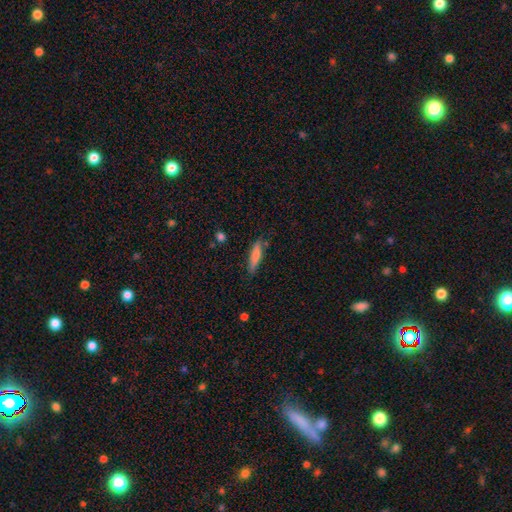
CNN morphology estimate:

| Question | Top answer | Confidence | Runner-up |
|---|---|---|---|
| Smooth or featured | smooth | 69% | featured or disk (25%) |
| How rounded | cigar-shaped | 82% | in between (17%) |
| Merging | none | 82% | minor disturbance (13%) |